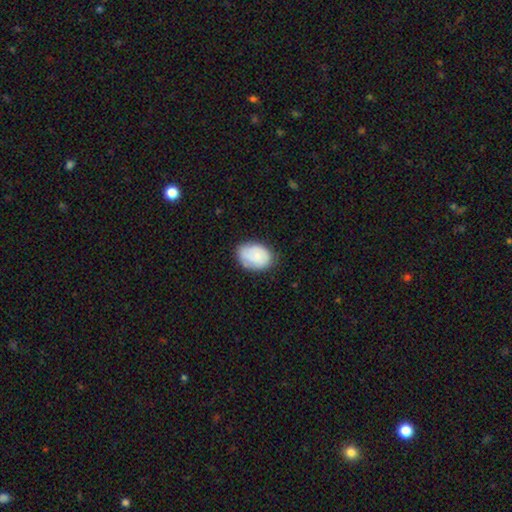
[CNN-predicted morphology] This appears to be a smooth galaxy with no disk features (75%) that is in between round and cigar-shaped (76%). Merging: none (71%).